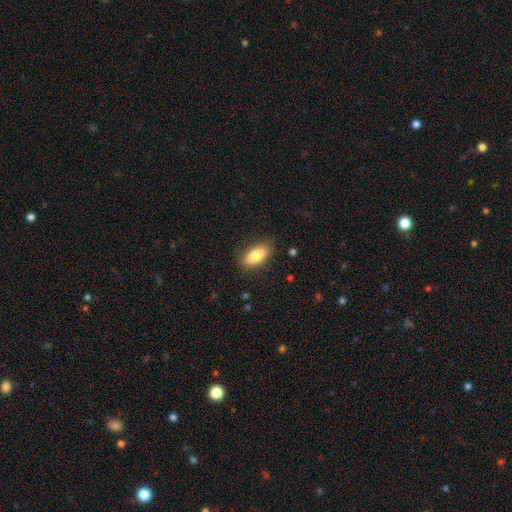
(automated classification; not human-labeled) Smooth or featured? smooth (81%)
How rounded? in between (89%)
Merging? none (83%)